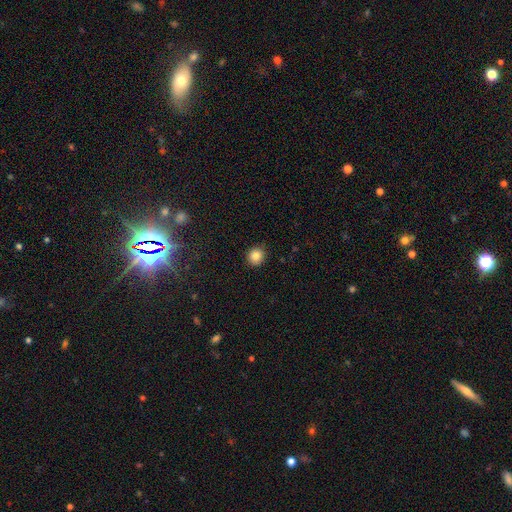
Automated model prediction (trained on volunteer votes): Overall: smooth (84%). How rounded: round (89%). Merging: none (90%).